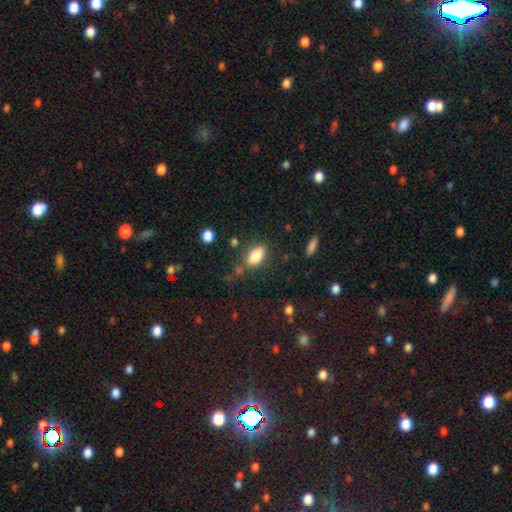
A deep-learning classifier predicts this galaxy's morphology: smooth_or_featured: smooth (p=0.84) [alt: star or artifact p=0.08]
how_rounded: in between (p=0.88) [alt: cigar-shaped p=0.07]
merging: none (p=0.77) [alt: minor disturbance p=0.15]